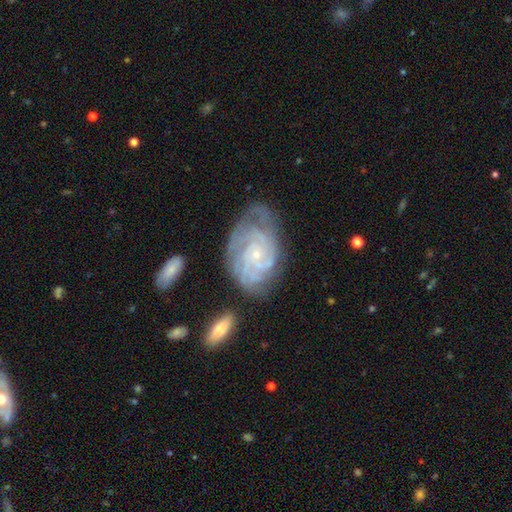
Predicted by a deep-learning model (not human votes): The model was most divided on "spiral arm count": 4: 27%, can't tell: 22%, 3: 22%, 2: 14%, more than 4: 8%, 1: 6%. More confident: spiral arms — yes (97%); edge-on disk — no (97%); smooth or featured — featured or disk (88%); bulge size — small (82%); spiral winding — tight (76%); bar — no (74%); merging — none (63%).